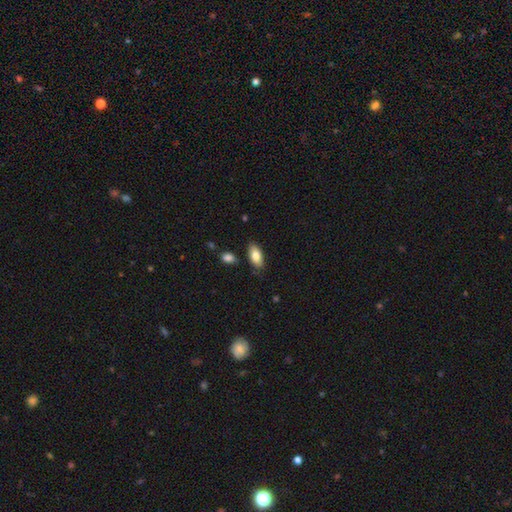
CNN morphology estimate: A smooth galaxy with no disk features (81%) that is in between round and cigar-shaped (91%). Merging: none (81%).